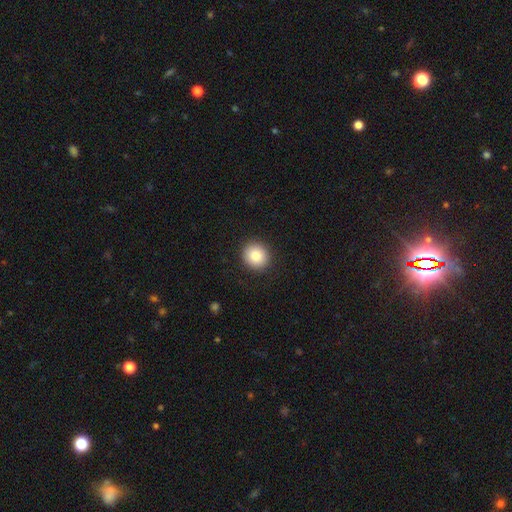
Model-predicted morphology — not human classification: type=smooth (84%); roundness=round (91%); merging=none (92%).